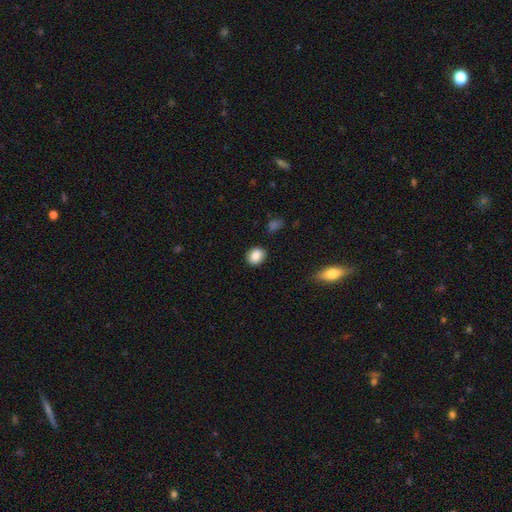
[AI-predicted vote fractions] smooth-or-featured: smooth: 86% | star or artifact: 9% | featured or disk: 6%
  how-rounded: round: 60% | in between: 39% | cigar-shaped: 1%
  merging: none: 87% | minor disturbance: 9% | major disturbance: 2% | merger: 2%